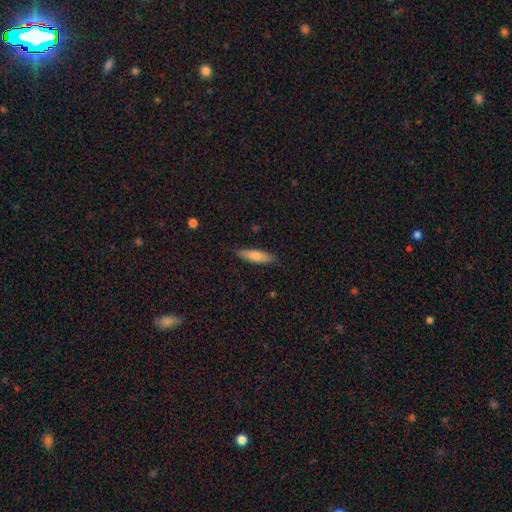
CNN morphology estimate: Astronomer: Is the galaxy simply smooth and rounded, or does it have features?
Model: smooth — 75%.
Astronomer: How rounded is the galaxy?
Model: cigar-shaped — 63%.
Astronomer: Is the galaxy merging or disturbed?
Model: none — 85%.